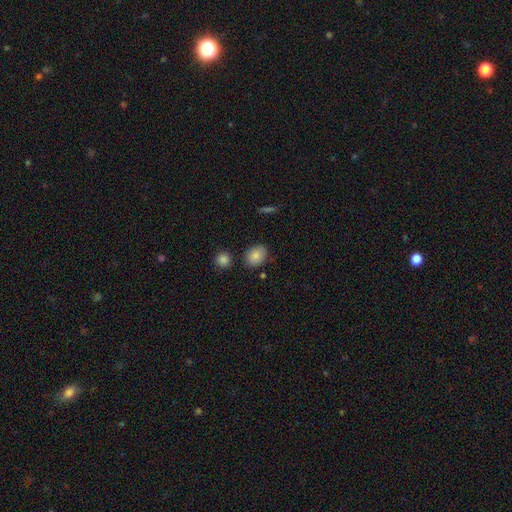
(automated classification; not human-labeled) A smooth galaxy with no disk features (86%) that is in between round and cigar-shaped (65%).

Vote fractions:
- Smooth or featured? smooth: 86% / star or artifact: 8% / featured or disk: 6%
- How rounded? in between: 65% / round: 34% / cigar-shaped: 1%
- Merging? none: 81% / minor disturbance: 12% / merger: 4% / major disturbance: 3%